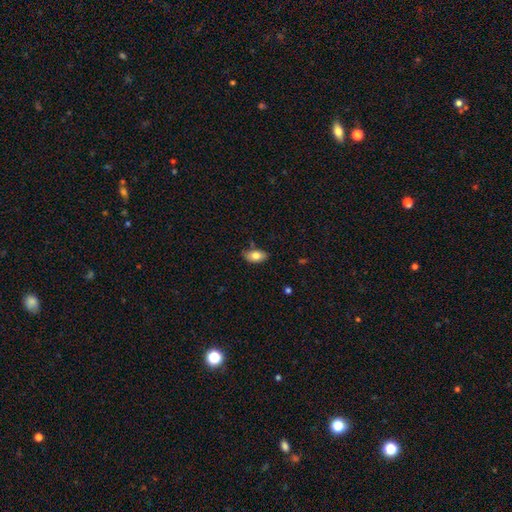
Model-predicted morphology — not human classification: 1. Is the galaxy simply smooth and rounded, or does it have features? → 78% smooth, 15% featured or disk, 7% star or artifact.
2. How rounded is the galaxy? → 92% in between, 5% round, 3% cigar-shaped.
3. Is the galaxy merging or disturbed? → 77% none, 17% minor disturbance, 3% merger, 3% major disturbance.